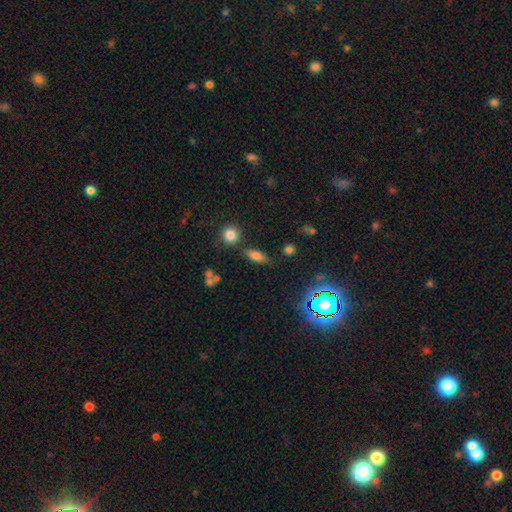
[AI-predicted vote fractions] The model was most divided on "how rounded": in between: 62%, cigar-shaped: 31%, round: 7%. More confident: merging — none (76%); smooth or featured — smooth (70%).